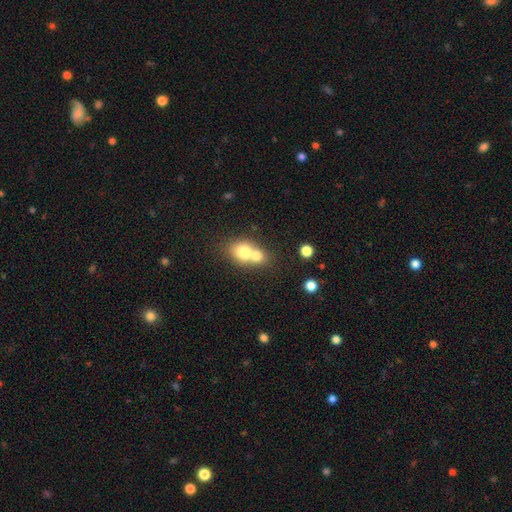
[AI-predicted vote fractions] Smooth or featured?
  - smooth: 71% *
  - featured or disk: 19%
  - star or artifact: 10%
How rounded?
  - round: 58% *
  - in between: 40%
  - cigar-shaped: 1%
Merging?
  - merger: 67% *
  - none: 25%
  - minor disturbance: 6%
  - major disturbance: 3%